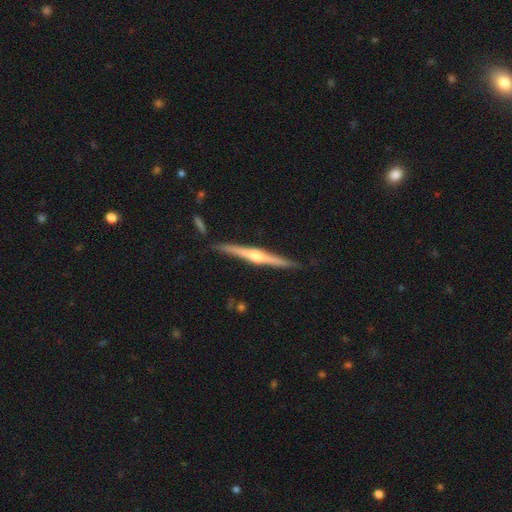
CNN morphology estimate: Smooth or featured: featured or disk — 81% (smooth — 14%)
Edge-on disk: yes — 98% (no — 2%)
Edge-on bulge: rounded — 87% (none — 7%)
Merging: none — 87% (minor disturbance — 9%)